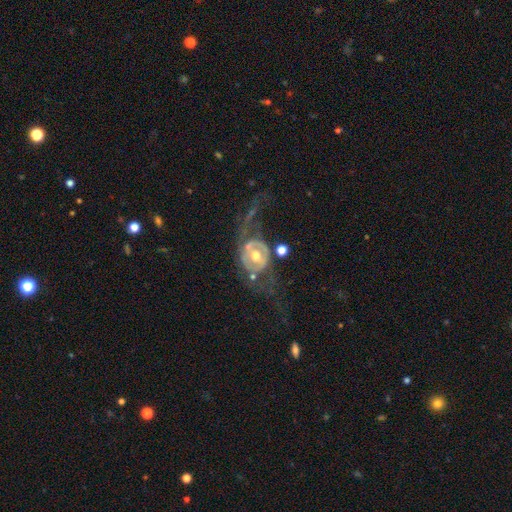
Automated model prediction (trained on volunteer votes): A featured or disk galaxy (76%) with no bar (63%), spiral arms (55%) and a moderate central bulge (76%).

Vote fractions:
- Smooth or featured? featured or disk: 76% / smooth: 18% / star or artifact: 6%
- Edge-on disk? no: 95% / yes: 5%
- Bar? no: 63% / weak: 25% / strong: 12%
- Spiral arms? yes: 55% / no: 45%
- Bulge size? moderate: 76% / small: 11% / large: 10% / dominant: 1% / none: 1%
- Merging? major disturbance: 38% / none: 37% / minor disturbance: 16% / merger: 9%